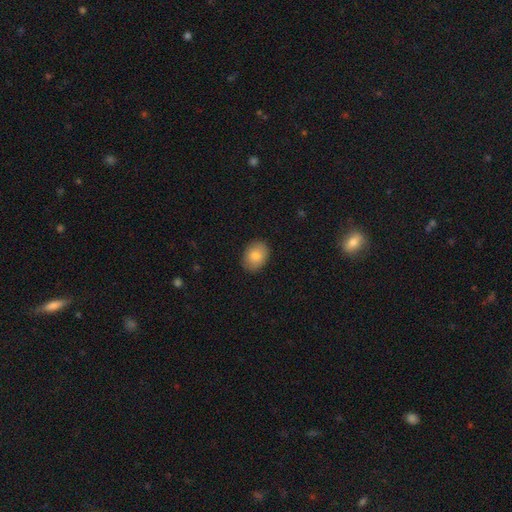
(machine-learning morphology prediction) Smooth or featured?
  - smooth: 84% *
  - featured or disk: 9%
  - star or artifact: 7%
How rounded?
  - in between: 68% *
  - round: 31%
  - cigar-shaped: 1%
Merging?
  - none: 87% *
  - minor disturbance: 10%
  - major disturbance: 2%
  - merger: 1%